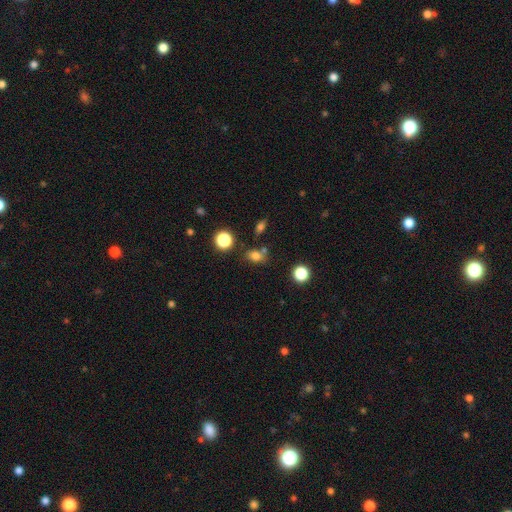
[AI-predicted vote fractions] Smooth or featured?
  - smooth: 77% *
  - star or artifact: 16%
  - featured or disk: 7%
How rounded?
  - in between: 63% *
  - round: 35%
  - cigar-shaped: 2%
Merging?
  - none: 67% *
  - minor disturbance: 15%
  - merger: 13%
  - major disturbance: 5%